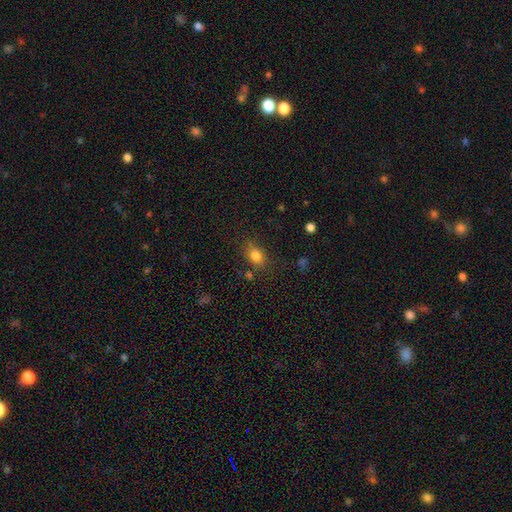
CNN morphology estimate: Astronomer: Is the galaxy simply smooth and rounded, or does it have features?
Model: smooth — 82%.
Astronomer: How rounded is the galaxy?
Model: in between — 70%.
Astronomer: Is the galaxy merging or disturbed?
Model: none — 74%.